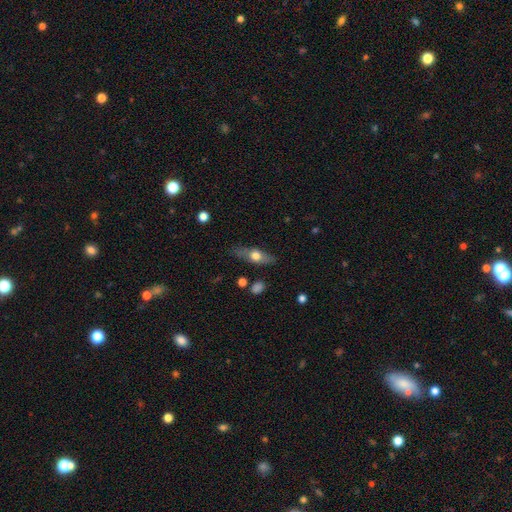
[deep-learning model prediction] This is possibly a smooth galaxy (48%). Merging: likely none (78%).